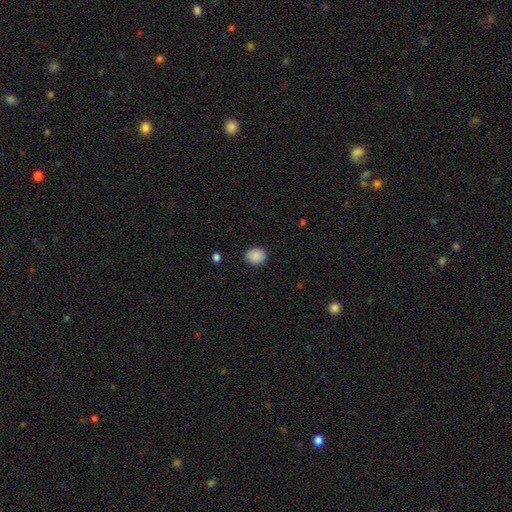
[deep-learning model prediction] smooth_or_featured: smooth (p=0.89) [alt: star or artifact p=0.08]
how_rounded: round (p=0.62) [alt: in between p=0.37]
merging: none (p=0.88) [alt: minor disturbance p=0.08]